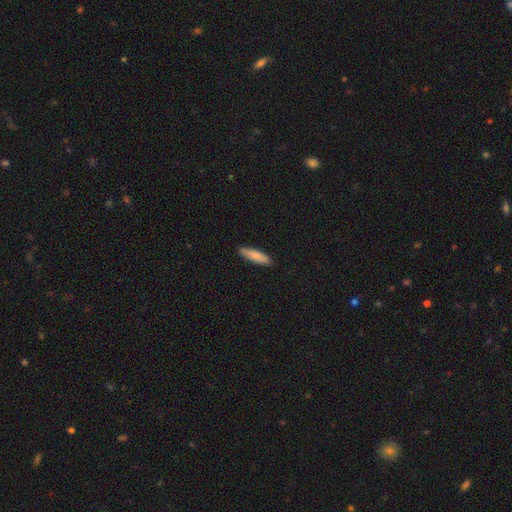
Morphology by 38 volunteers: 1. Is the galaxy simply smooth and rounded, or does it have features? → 71% smooth, 26% featured or disk, 3% star or artifact.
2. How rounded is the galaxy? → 63% cigar-shaped, 37% in between, 0% round.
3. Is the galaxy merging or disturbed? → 89% none, 11% minor disturbance, 0% major disturbance, 0% merger.